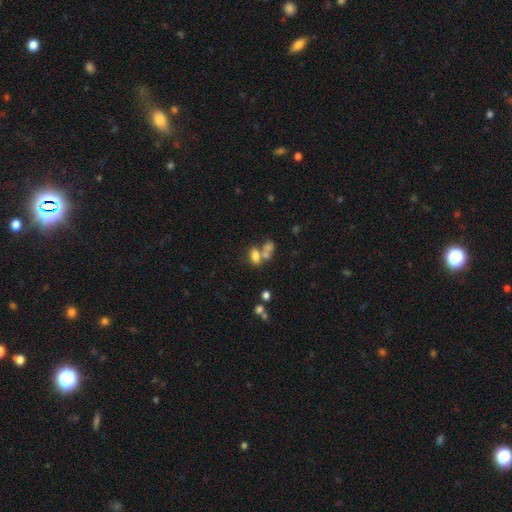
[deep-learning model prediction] Smooth or featured? Predicted: smooth (p=0.58). How rounded? Predicted: in between (p=0.71). Merging? Predicted: merger (p=0.49).